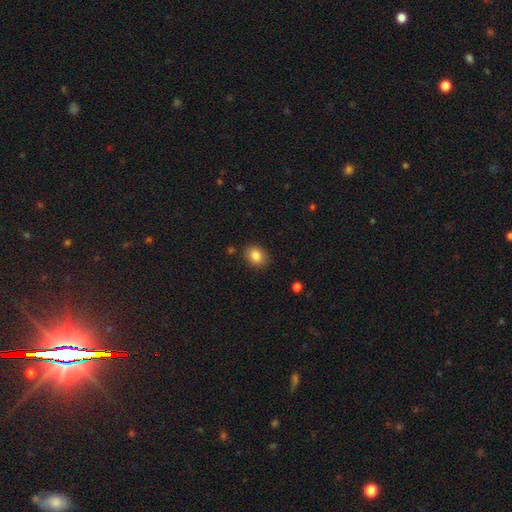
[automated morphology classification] A smooth galaxy with no disk features (85%) that is in between round and cigar-shaped (51%). Merging: none (86%).